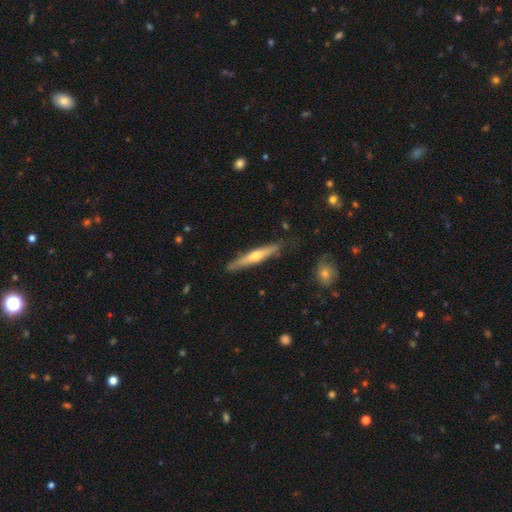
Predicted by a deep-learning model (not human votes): The model was most divided on "smooth or featured": featured or disk: 58%, smooth: 37%, star or artifact: 5%. More confident: edge-on disk — yes (94%); edge-on bulge — rounded (85%); merging — none (84%).